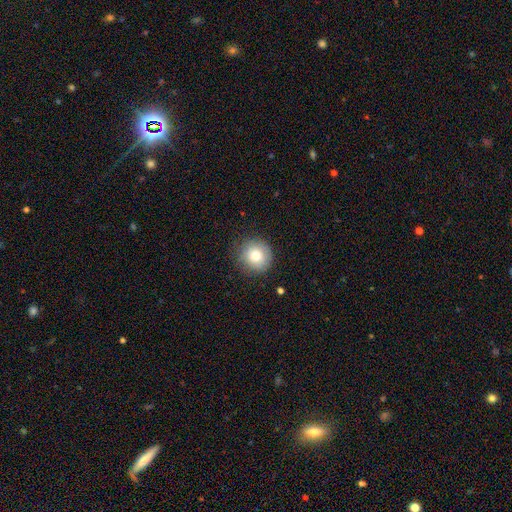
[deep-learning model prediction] smooth-or-featured: smooth: 80% | featured or disk: 11% | star or artifact: 9%
  how-rounded: round: 92% | in between: 7% | cigar-shaped: 1%
  merging: none: 84% | minor disturbance: 12% | major disturbance: 3% | merger: 1%